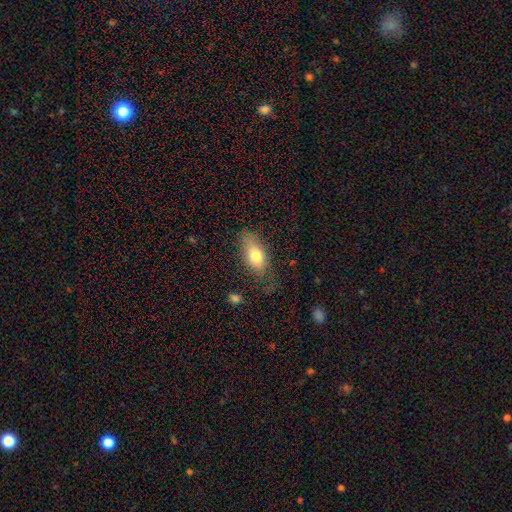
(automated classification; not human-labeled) Q: Smooth or featured?
A: smooth (73%); runner-up: featured or disk (19%)
Q: How rounded?
A: in between (84%); runner-up: cigar-shaped (11%)
Q: Merging?
A: none (61%); runner-up: minor disturbance (26%)